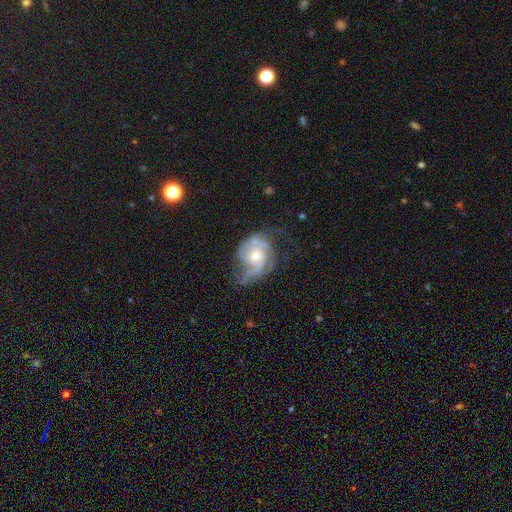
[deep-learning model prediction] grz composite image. It shows a featured or disk galaxy (84%) with no bar (71%), 2 (50%) medium (42%) spiral arms (94%) and a moderate central bulge (57%). Merging: none (52%).